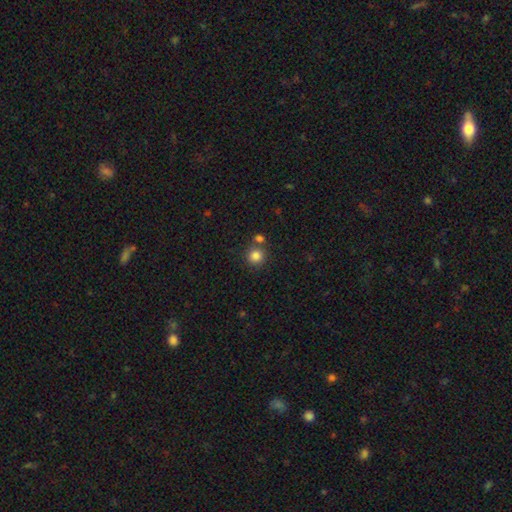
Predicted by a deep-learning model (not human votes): Q: Smooth or featured?
A: smooth (84%); runner-up: star or artifact (11%)
Q: How rounded?
A: round (93%); runner-up: in between (6%)
Q: Merging?
A: none (73%); runner-up: merger (17%)